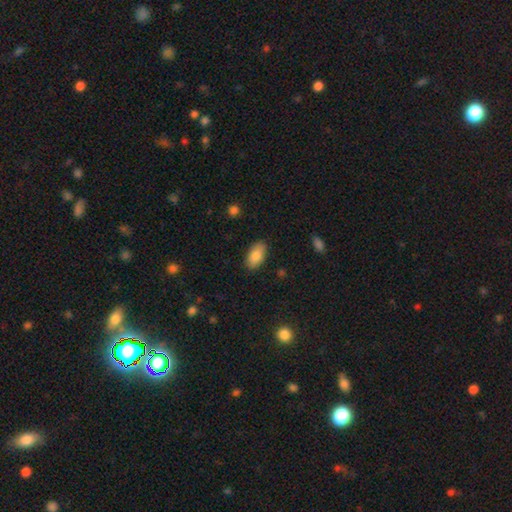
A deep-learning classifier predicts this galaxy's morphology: The model was most divided on "merging": none: 86%, minor disturbance: 11%, major disturbance: 2%, merger: 1%. More confident: how rounded — in between (93%); smooth or featured — smooth (85%).